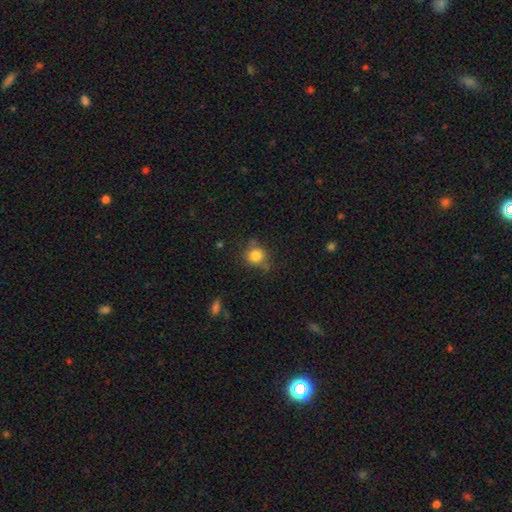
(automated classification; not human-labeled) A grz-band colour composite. It shows a smooth galaxy with no disk features (82%) that is round (86%). Merging: none (70%).